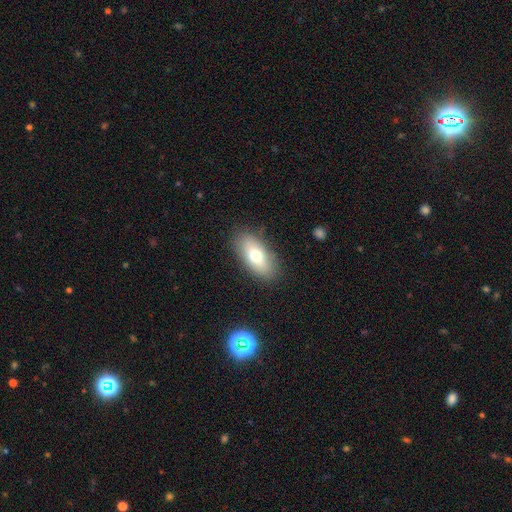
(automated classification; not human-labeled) The model was most divided on "smooth or featured": smooth: 69%, featured or disk: 23%, star or artifact: 8%. More confident: how rounded — in between (87%); merging — none (84%).